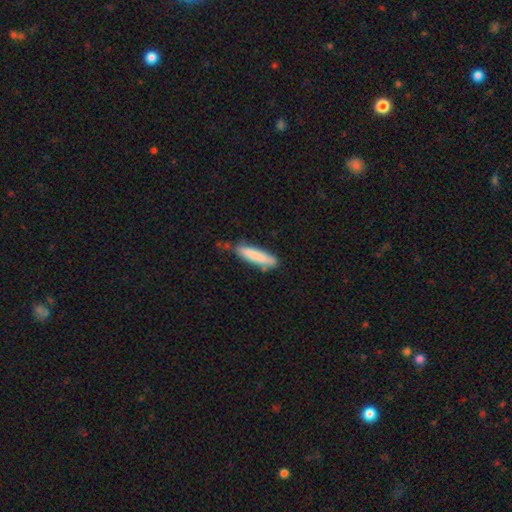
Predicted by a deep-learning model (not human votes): smooth-or-featured: smooth: 82% | featured or disk: 12% | star or artifact: 6%
  how-rounded: cigar-shaped: 82% | in between: 17% | round: 1%
  merging: none: 71% | minor disturbance: 20% | merger: 5% | major disturbance: 4%